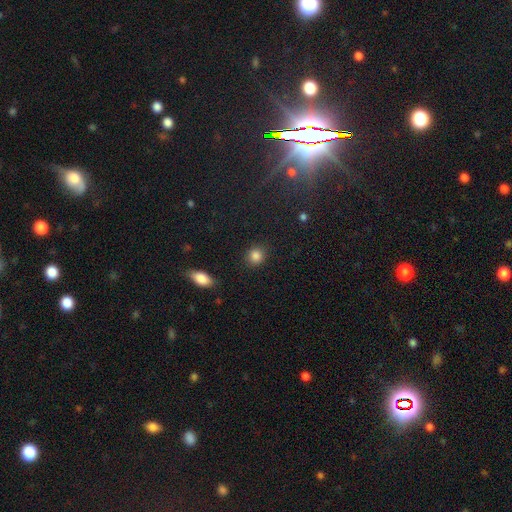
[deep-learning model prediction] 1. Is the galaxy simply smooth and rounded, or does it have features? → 87% smooth, 10% star or artifact, 4% featured or disk.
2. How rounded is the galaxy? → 83% round, 16% in between, 1% cigar-shaped.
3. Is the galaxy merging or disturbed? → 88% none, 8% minor disturbance, 3% major disturbance, 2% merger.